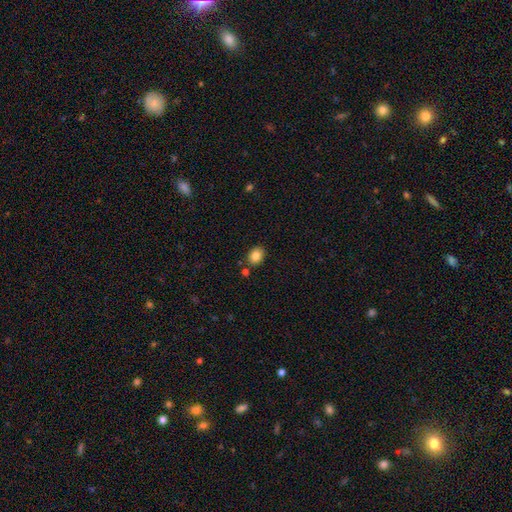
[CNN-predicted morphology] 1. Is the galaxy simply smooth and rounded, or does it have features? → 83% smooth, 10% star or artifact, 7% featured or disk.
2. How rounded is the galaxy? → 56% in between, 43% round, 1% cigar-shaped.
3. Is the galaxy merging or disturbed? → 83% none, 10% minor disturbance, 5% merger, 2% major disturbance.